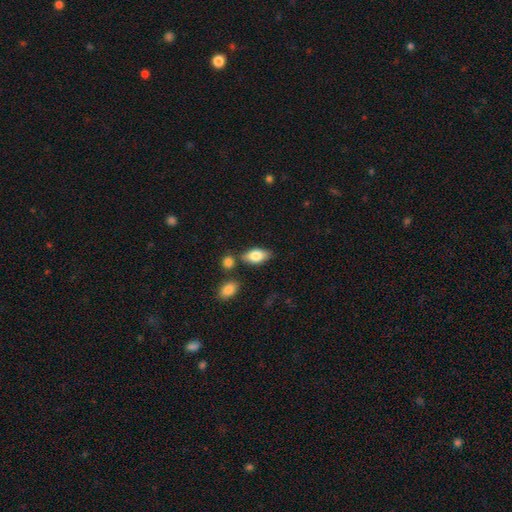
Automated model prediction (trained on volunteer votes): Smooth or featured?
  - smooth: 82% *
  - featured or disk: 11%
  - star or artifact: 7%
How rounded?
  - in between: 92% *
  - round: 5%
  - cigar-shaped: 4%
Merging?
  - none: 73% *
  - minor disturbance: 13%
  - merger: 10%
  - major disturbance: 3%